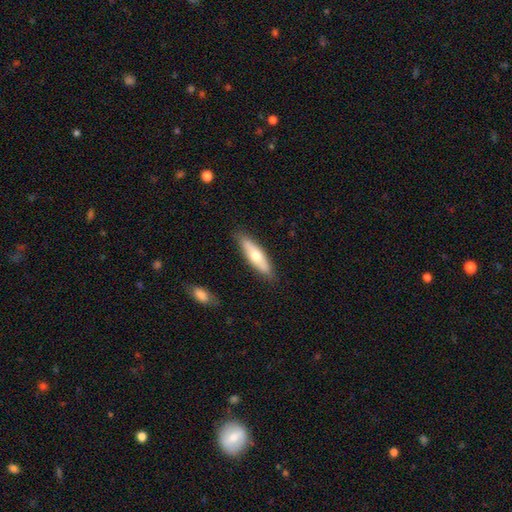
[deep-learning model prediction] A smooth galaxy with no disk features (59%) that is cigar-shaped (62%).

Vote fractions:
- Smooth or featured? smooth: 59% / featured or disk: 36% / star or artifact: 5%
- How rounded? cigar-shaped: 62% / in between: 36% / round: 2%
- Merging? none: 85% / minor disturbance: 11% / major disturbance: 2% / merger: 2%